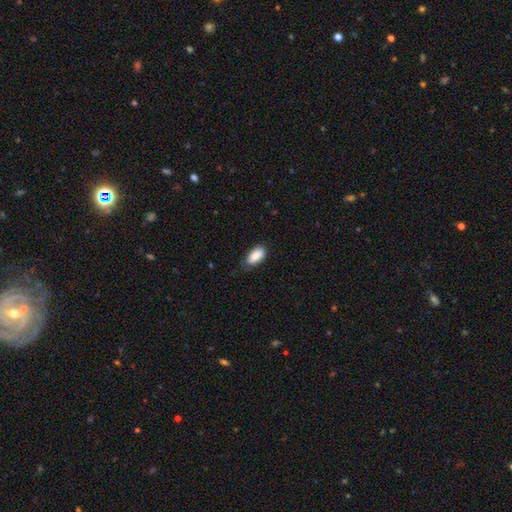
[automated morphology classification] Q: Smooth or featured?
A: smooth (87%); runner-up: star or artifact (7%)
Q: How rounded?
A: in between (93%); runner-up: cigar-shaped (5%)
Q: Merging?
A: none (66%); runner-up: minor disturbance (27%)